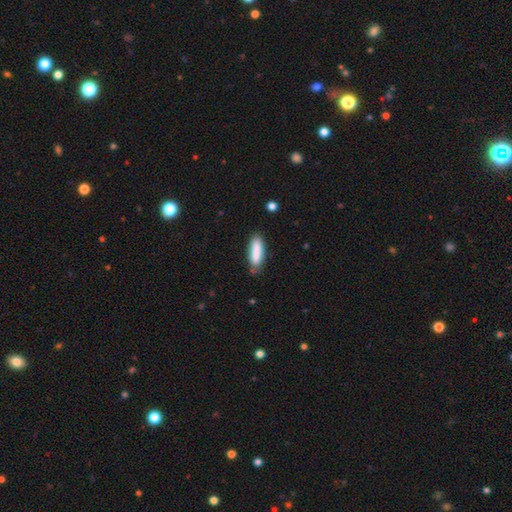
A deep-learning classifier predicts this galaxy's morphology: smooth 86%, featured or disk 8%, star or artifact 6%. Down the decision tree: how rounded — cigar-shaped (52%); merging — none (74%).